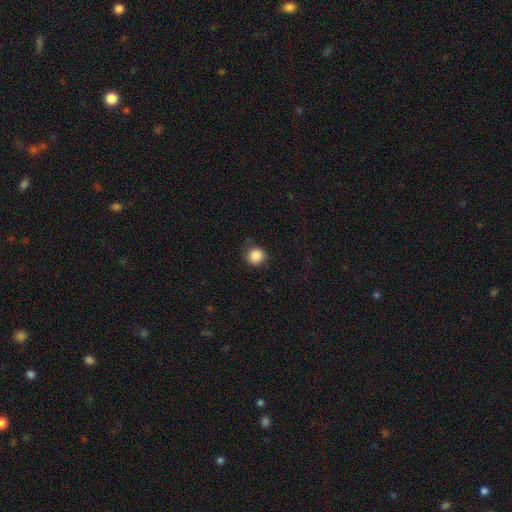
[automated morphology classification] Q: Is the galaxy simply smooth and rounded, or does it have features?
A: smooth — 87%.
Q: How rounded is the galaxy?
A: round — 89%.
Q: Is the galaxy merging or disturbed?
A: none — 74%.